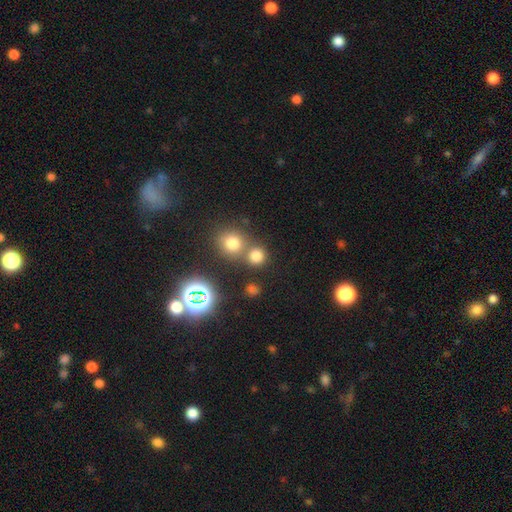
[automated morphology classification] Q: Smooth or featured?
A: smooth (72%); runner-up: star or artifact (21%)
Q: How rounded?
A: round (88%); runner-up: in between (10%)
Q: Merging?
A: none (63%); runner-up: merger (27%)